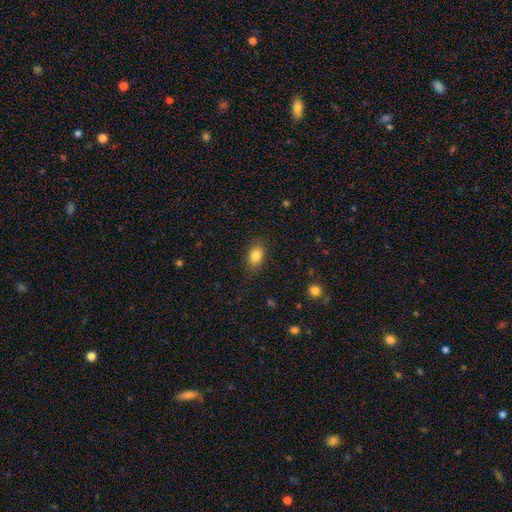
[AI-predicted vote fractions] Smooth or featured? smooth (84%)
How rounded? in between (83%)
Merging? none (84%)